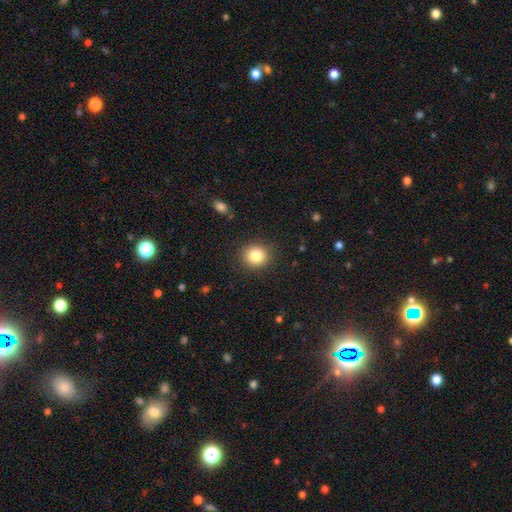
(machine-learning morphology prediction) Smooth or featured?
  - smooth: 83% *
  - star or artifact: 11%
  - featured or disk: 7%
How rounded?
  - round: 84% *
  - in between: 15%
  - cigar-shaped: 1%
Merging?
  - none: 89% *
  - minor disturbance: 7%
  - major disturbance: 2%
  - merger: 1%